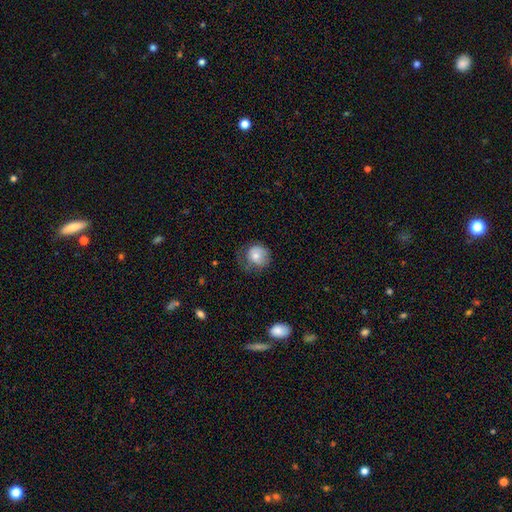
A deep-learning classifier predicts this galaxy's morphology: This appears to be a smooth galaxy with no disk features (72%) that is round (79%). Merging: none (46%).